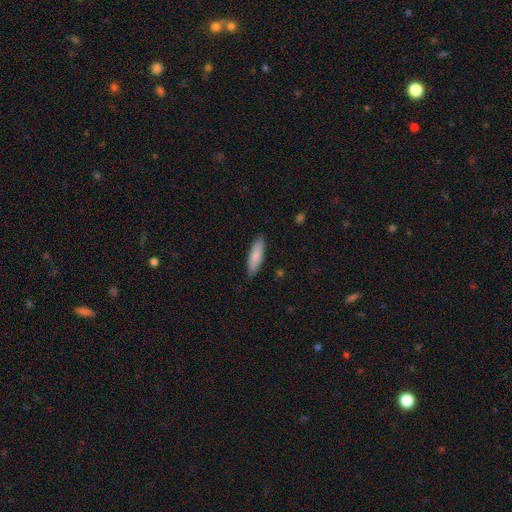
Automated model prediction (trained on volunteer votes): Smooth or featured?
  - smooth: 85% *
  - featured or disk: 10%
  - star or artifact: 5%
How rounded?
  - cigar-shaped: 60% *
  - in between: 38%
  - round: 1%
Merging?
  - none: 88% *
  - minor disturbance: 9%
  - major disturbance: 2%
  - merger: 1%